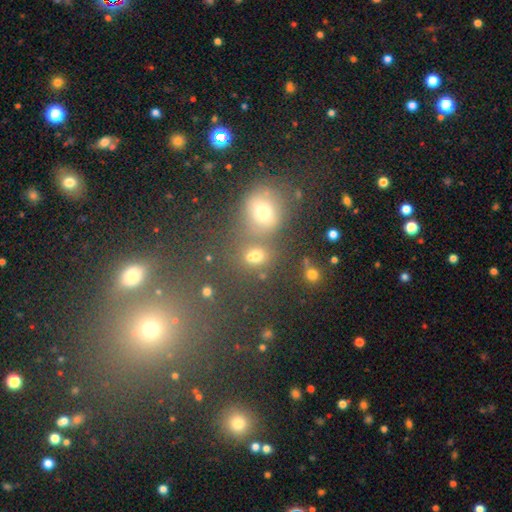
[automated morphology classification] This appears to be a smooth galaxy with no disk features (70%) that is round (68%). Merging: none (54%).